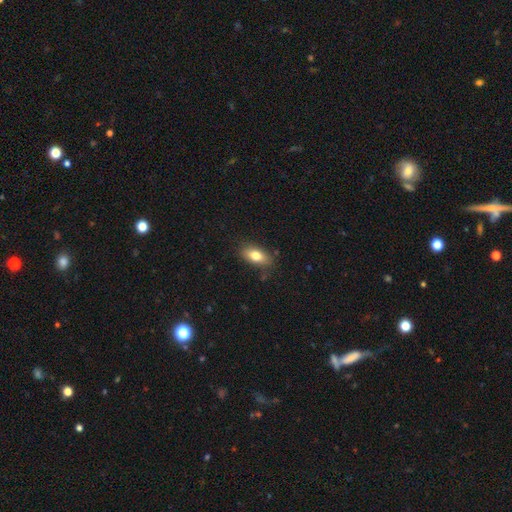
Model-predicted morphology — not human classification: smooth-or-featured: smooth: 77% | featured or disk: 15% | star or artifact: 8%
  how-rounded: in between: 86% | cigar-shaped: 8% | round: 6%
  merging: none: 81% | minor disturbance: 14% | major disturbance: 3% | merger: 2%